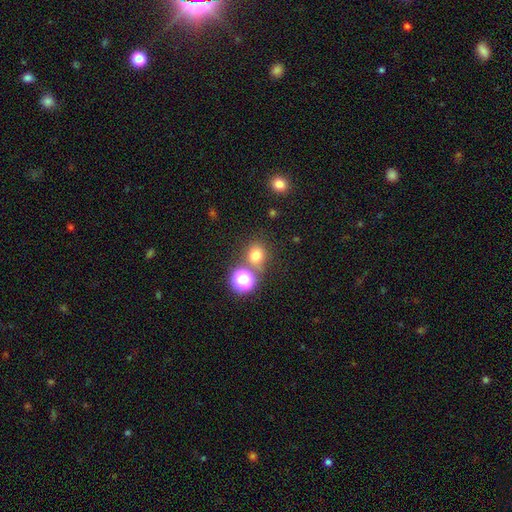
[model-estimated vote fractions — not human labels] Q: Smooth or featured?
A: smooth (73%); runner-up: star or artifact (20%)
Q: How rounded?
A: round (80%); runner-up: in between (19%)
Q: Merging?
A: none (72%); runner-up: merger (15%)